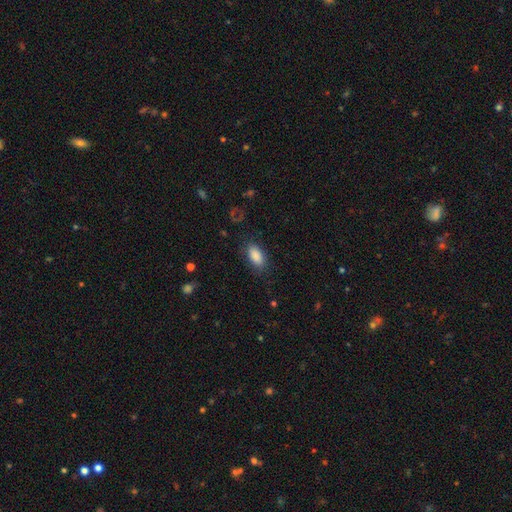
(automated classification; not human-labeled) Smooth or featured?
  - smooth: 88% *
  - star or artifact: 7%
  - featured or disk: 5%
How rounded?
  - in between: 92% *
  - round: 4%
  - cigar-shaped: 4%
Merging?
  - none: 81% *
  - minor disturbance: 13%
  - major disturbance: 5%
  - merger: 1%